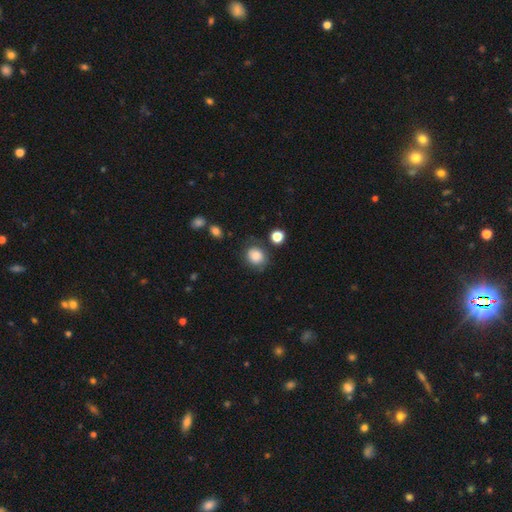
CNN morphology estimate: Smooth or featured? smooth (81%)
How rounded? round (65%)
Merging? none (71%)